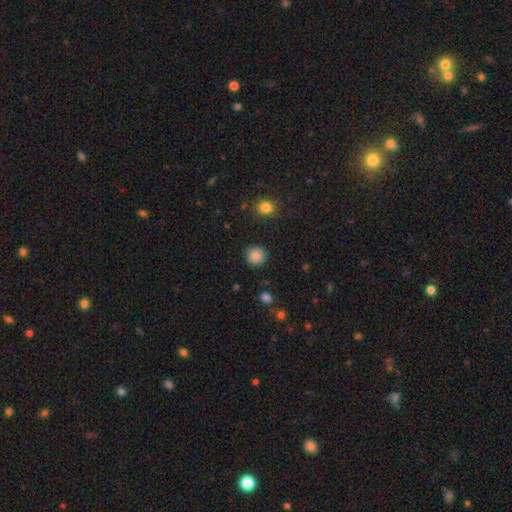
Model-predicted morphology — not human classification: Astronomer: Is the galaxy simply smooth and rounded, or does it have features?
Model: smooth — 88%.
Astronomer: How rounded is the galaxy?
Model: round — 92%.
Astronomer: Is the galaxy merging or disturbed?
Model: none — 88%.